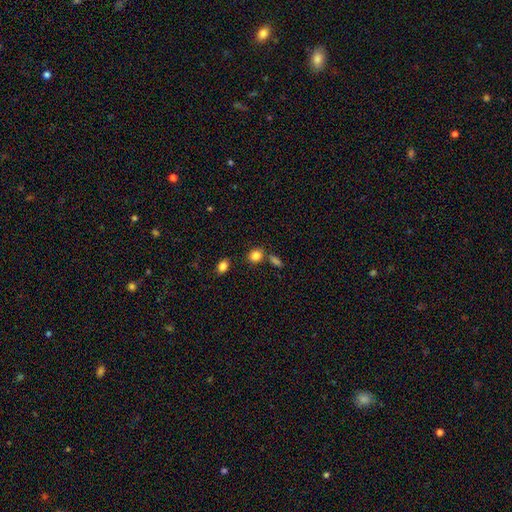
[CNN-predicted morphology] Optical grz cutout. It shows a smooth galaxy with no disk features (85%) that is round (60%). Merging: none (72%).